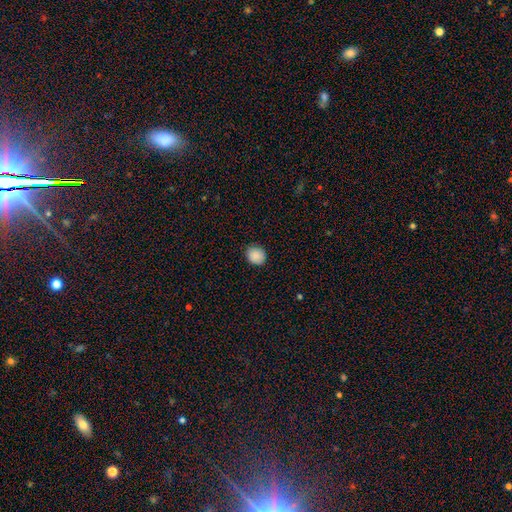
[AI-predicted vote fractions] Smooth or featured: smooth — 88% (star or artifact — 8%)
How rounded: round — 77% (in between — 22%)
Merging: none — 86% (minor disturbance — 11%)